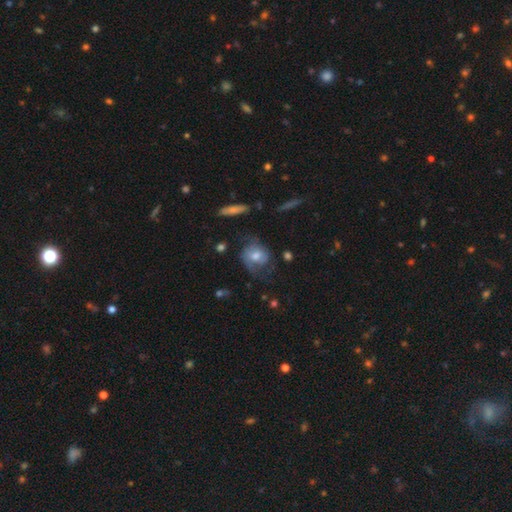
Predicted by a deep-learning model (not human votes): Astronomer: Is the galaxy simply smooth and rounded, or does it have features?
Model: featured or disk — 51% (runner-up: smooth, 41%).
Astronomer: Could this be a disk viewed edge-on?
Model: no — 95%.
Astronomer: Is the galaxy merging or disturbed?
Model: none — 49% (runner-up: minor disturbance, 25%).